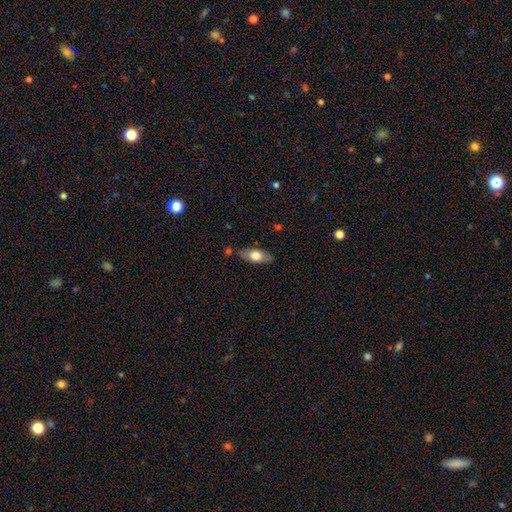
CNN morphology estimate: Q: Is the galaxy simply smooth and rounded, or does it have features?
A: smooth — 65%.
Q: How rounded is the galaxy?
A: in between — 81%.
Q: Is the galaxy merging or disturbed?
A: none — 80%.